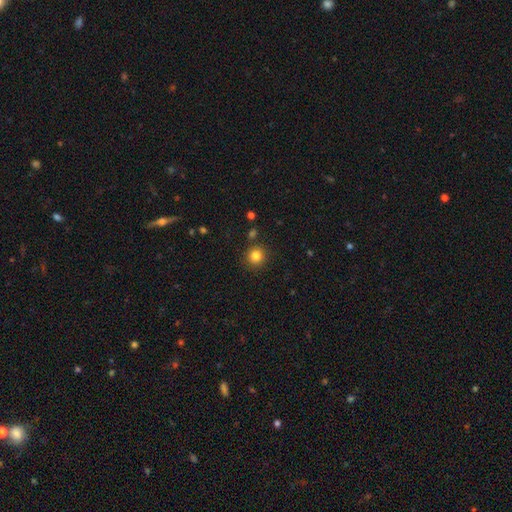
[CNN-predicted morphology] smooth-or-featured: smooth: 83% | star or artifact: 12% | featured or disk: 5%
  how-rounded: round: 93% | in between: 7% | cigar-shaped: 1%
  merging: none: 87% | minor disturbance: 7% | merger: 3% | major disturbance: 2%